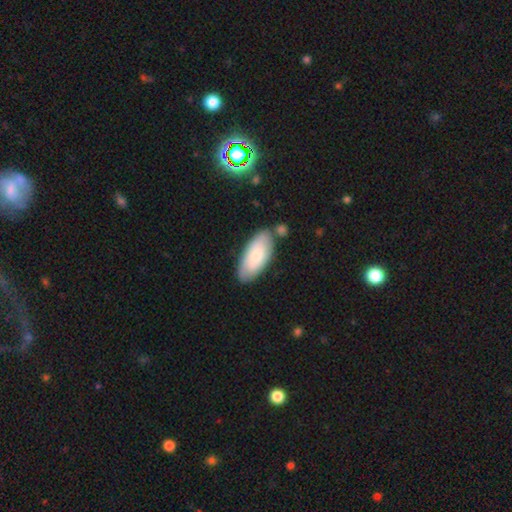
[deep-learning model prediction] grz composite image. It shows a smooth galaxy with no disk features (71%) that is in between round and cigar-shaped (88%). Merging: none (71%).